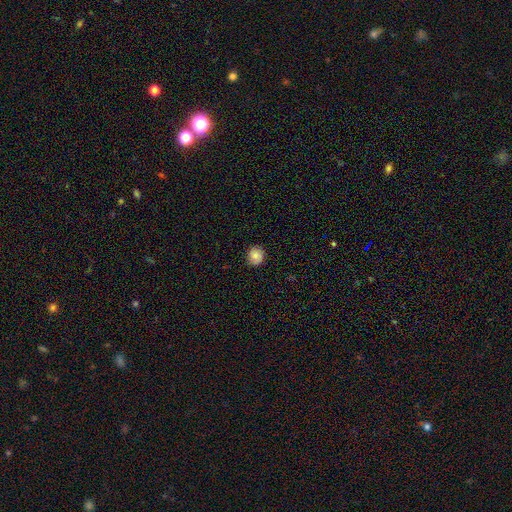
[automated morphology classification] smooth-or-featured: smooth: 80% | featured or disk: 11% | star or artifact: 9%
  how-rounded: round: 85% | in between: 14% | cigar-shaped: 1%
  merging: none: 86% | minor disturbance: 11% | major disturbance: 2% | merger: 1%